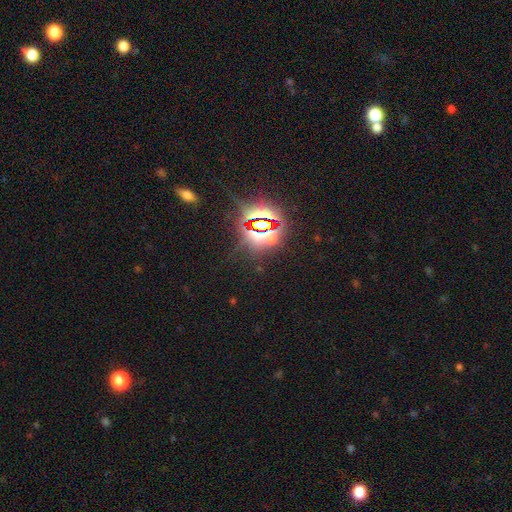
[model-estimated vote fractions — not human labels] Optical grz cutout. It shows a star or artifact, not a galaxy (82%).